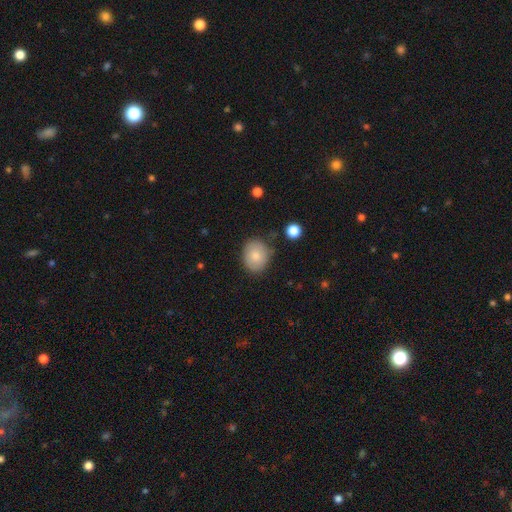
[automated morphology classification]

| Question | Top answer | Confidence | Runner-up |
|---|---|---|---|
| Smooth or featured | smooth | 79% | featured or disk (13%) |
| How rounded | round | 58% | in between (41%) |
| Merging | none | 76% | minor disturbance (17%) |